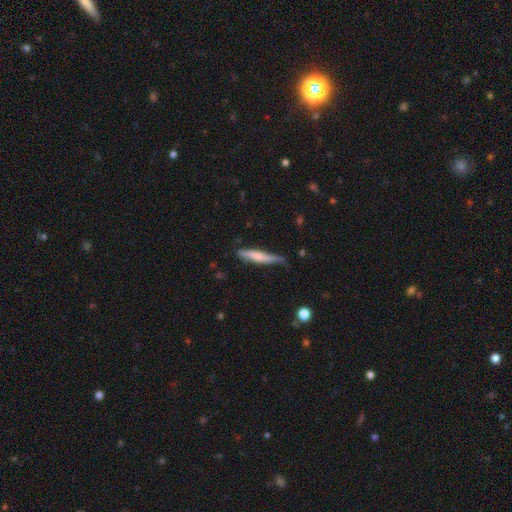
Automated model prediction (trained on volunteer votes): Morphology: type=smooth (56%); roundness=cigar-shaped (92%); merging=none (67%).